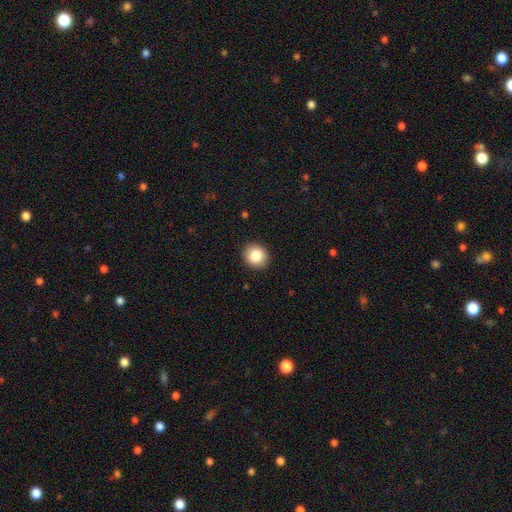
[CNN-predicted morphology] Smooth or featured?
  - smooth: 85% *
  - star or artifact: 9%
  - featured or disk: 6%
How rounded?
  - round: 83% *
  - in between: 16%
  - cigar-shaped: 1%
Merging?
  - none: 92% *
  - minor disturbance: 6%
  - major disturbance: 2%
  - merger: 1%